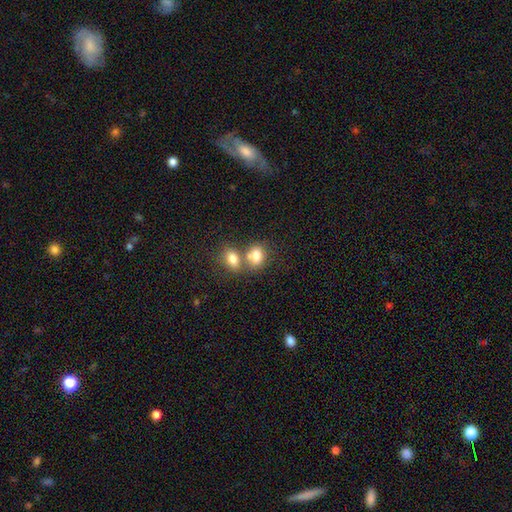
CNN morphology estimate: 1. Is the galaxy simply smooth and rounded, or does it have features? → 79% smooth, 12% featured or disk, 10% star or artifact.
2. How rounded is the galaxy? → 58% in between, 41% round, 1% cigar-shaped.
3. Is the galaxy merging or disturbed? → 56% merger, 32% none, 8% minor disturbance, 4% major disturbance.